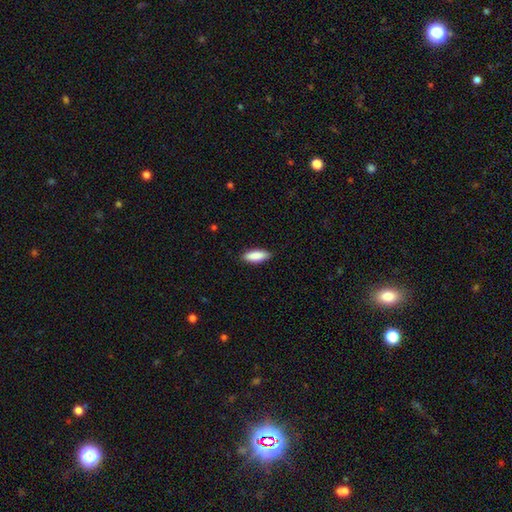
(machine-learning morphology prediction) A smooth galaxy with no disk features (88%) that is in between round and cigar-shaped (69%). Merging: none (88%).